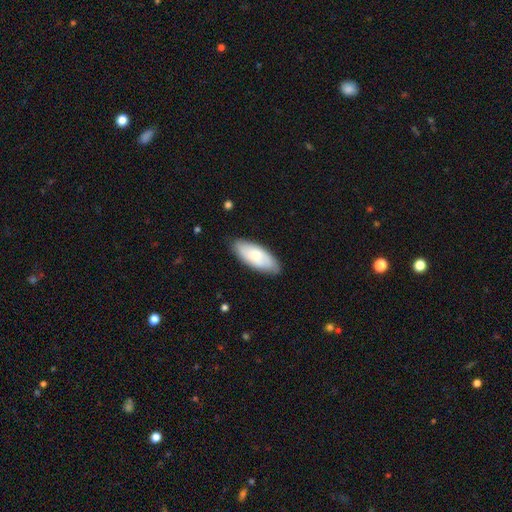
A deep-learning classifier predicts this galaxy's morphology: The model was most divided on "smooth or featured": smooth: 61%, featured or disk: 33%, star or artifact: 6%. More confident: how rounded — in between (83%); merging — none (82%).